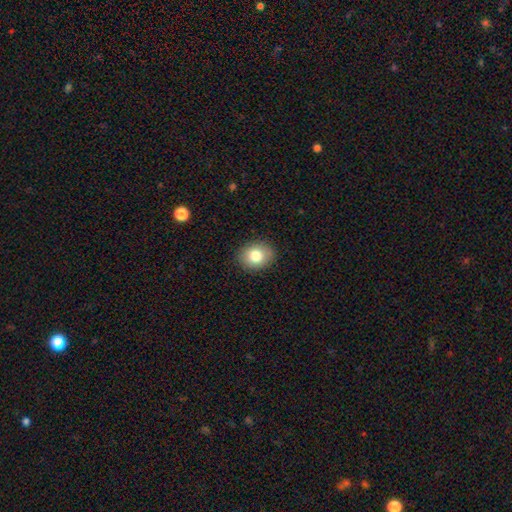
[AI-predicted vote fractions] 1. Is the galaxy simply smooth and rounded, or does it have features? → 80% smooth, 10% featured or disk, 9% star or artifact.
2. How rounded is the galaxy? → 53% round, 46% in between, 1% cigar-shaped.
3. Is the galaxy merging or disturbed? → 89% none, 8% minor disturbance, 2% major disturbance, 1% merger.